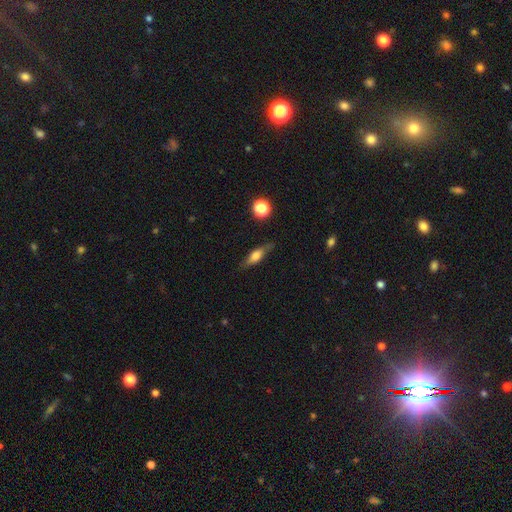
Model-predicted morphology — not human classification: type=smooth (54%); roundness=in between (50%); merging=none (73%).